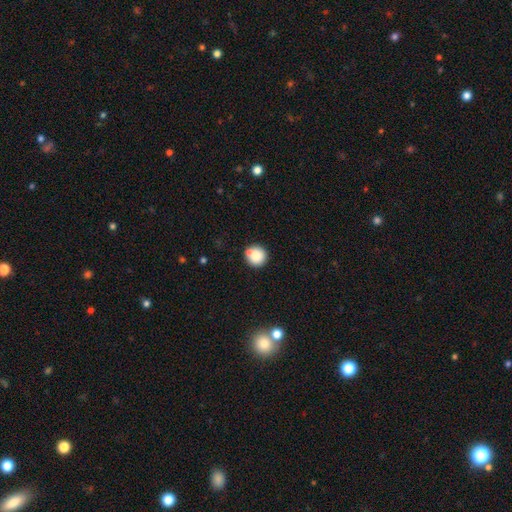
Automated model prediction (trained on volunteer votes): The model was most divided on "merging": none: 75%, merger: 12%, minor disturbance: 10%, major disturbance: 3%. More confident: how rounded — round (94%); smooth or featured — smooth (82%).